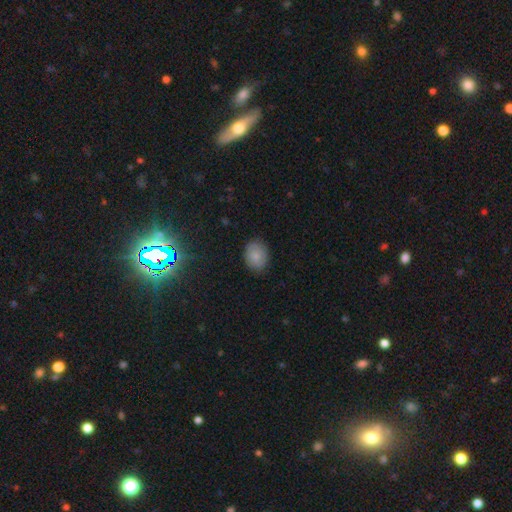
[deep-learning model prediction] smooth 84%, star or artifact 8%, featured or disk 7%. Down the decision tree: how rounded — in between (53%); merging — none (85%).